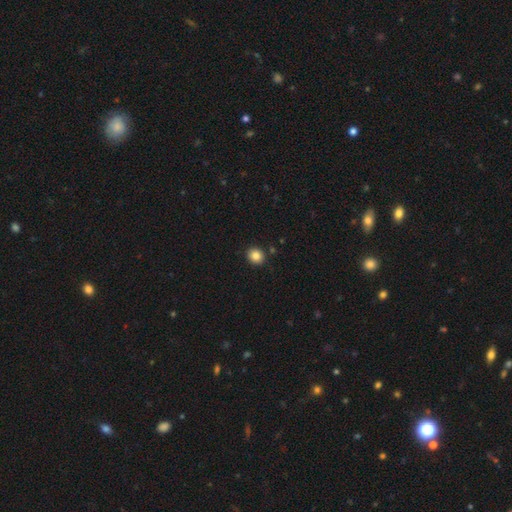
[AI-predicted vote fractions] This is clearly a smooth galaxy (85%). How rounded: likely round (78%). Merging: clearly none (90%).